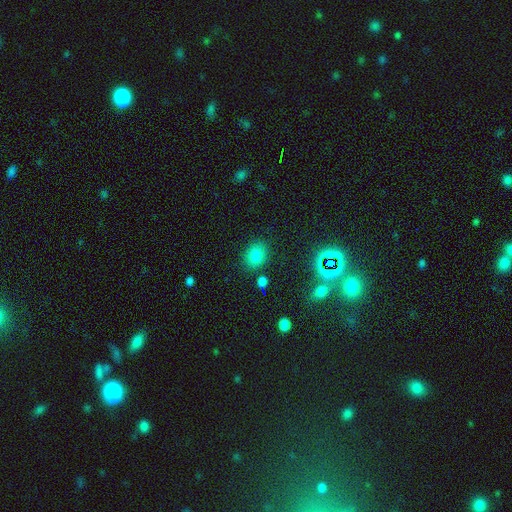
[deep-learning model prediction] Q: Smooth or featured?
A: smooth (76%); runner-up: star or artifact (16%)
Q: How rounded?
A: round (52%); runner-up: in between (47%)
Q: Merging?
A: none (81%); runner-up: minor disturbance (11%)